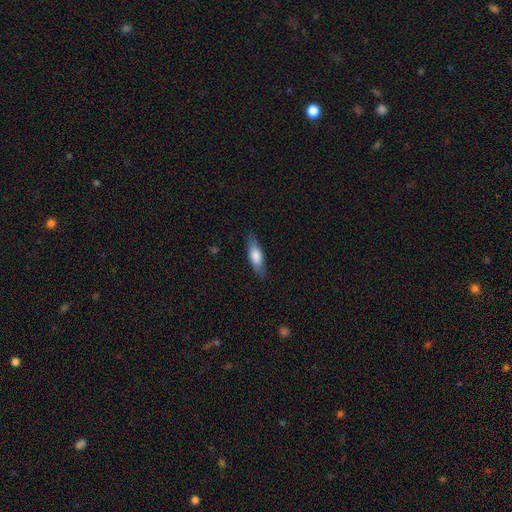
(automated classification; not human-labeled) Smooth or featured?
  - smooth: 70% *
  - featured or disk: 24%
  - star or artifact: 6%
How rounded?
  - in between: 54% *
  - cigar-shaped: 44%
  - round: 2%
Merging?
  - none: 83% *
  - minor disturbance: 13%
  - major disturbance: 3%
  - merger: 1%